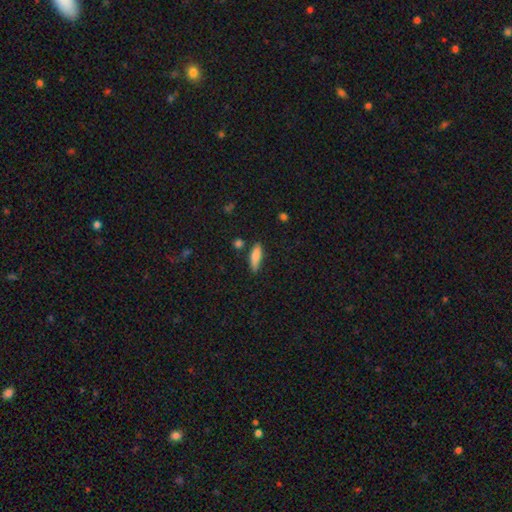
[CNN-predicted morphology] Q: Smooth or featured?
A: smooth (83%); runner-up: featured or disk (11%)
Q: How rounded?
A: cigar-shaped (54%); runner-up: in between (44%)
Q: Merging?
A: none (75%); runner-up: minor disturbance (17%)